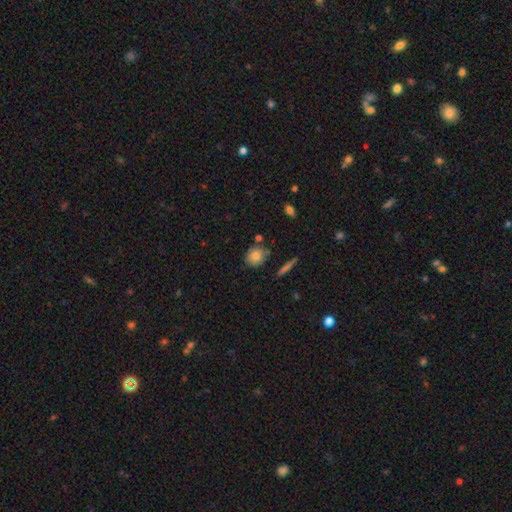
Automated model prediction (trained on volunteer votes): The model was most divided on "how rounded": round: 62%, in between: 35%, cigar-shaped: 3%. More confident: smooth or featured — smooth (80%); merging — none (72%).